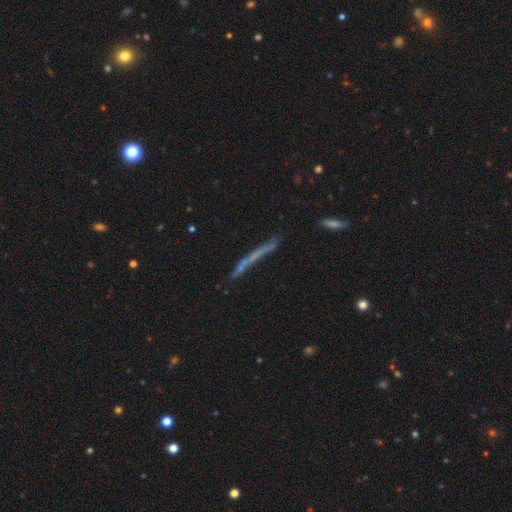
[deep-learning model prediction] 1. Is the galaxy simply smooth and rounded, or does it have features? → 45% smooth, 44% featured or disk, 11% star or artifact.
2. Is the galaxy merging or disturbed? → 73% none, 17% minor disturbance, 6% major disturbance, 4% merger.